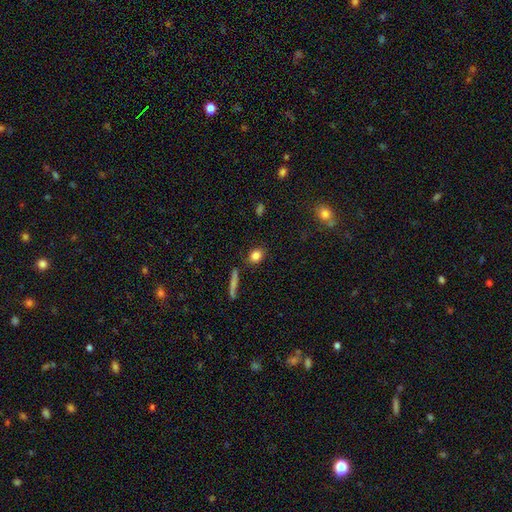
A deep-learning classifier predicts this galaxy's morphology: Smooth or featured?
  - smooth: 83% *
  - star or artifact: 9%
  - featured or disk: 8%
How rounded?
  - in between: 58% *
  - round: 38%
  - cigar-shaped: 4%
Merging?
  - none: 82% *
  - minor disturbance: 11%
  - merger: 4%
  - major disturbance: 3%